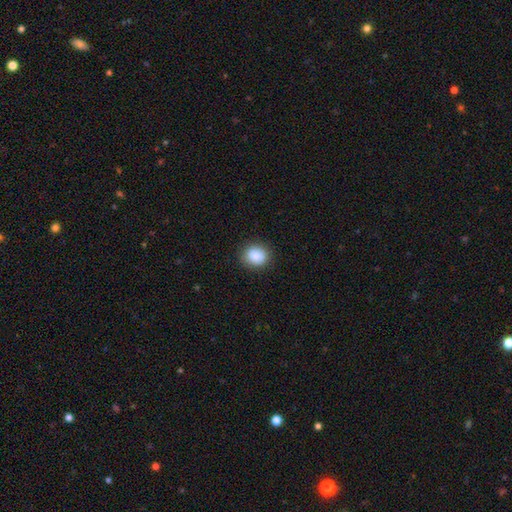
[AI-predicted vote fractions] smooth 88%, star or artifact 8%, featured or disk 4%. Down the decision tree: how rounded — round (76%); merging — none (87%).